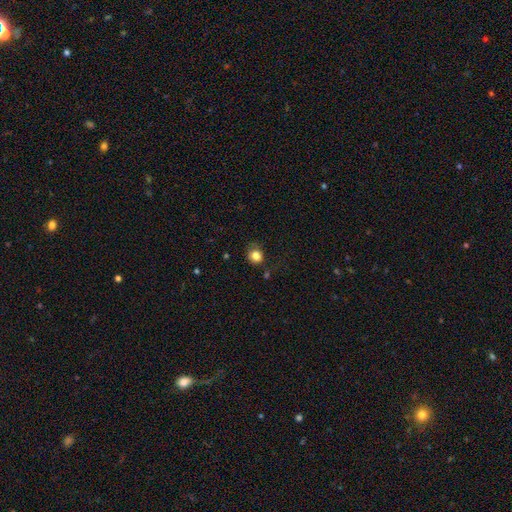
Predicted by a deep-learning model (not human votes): smooth-or-featured: smooth: 82% | star or artifact: 11% | featured or disk: 6%
  how-rounded: round: 78% | in between: 21% | cigar-shaped: 1%
  merging: none: 68% | minor disturbance: 22% | major disturbance: 7% | merger: 3%